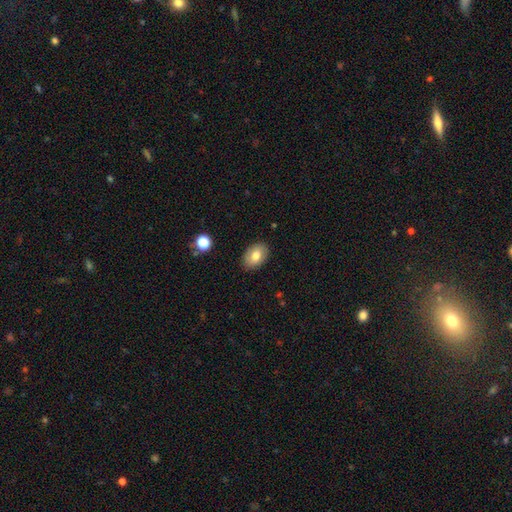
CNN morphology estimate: Smooth or featured? smooth (78%)
How rounded? in between (86%)
Merging? none (88%)